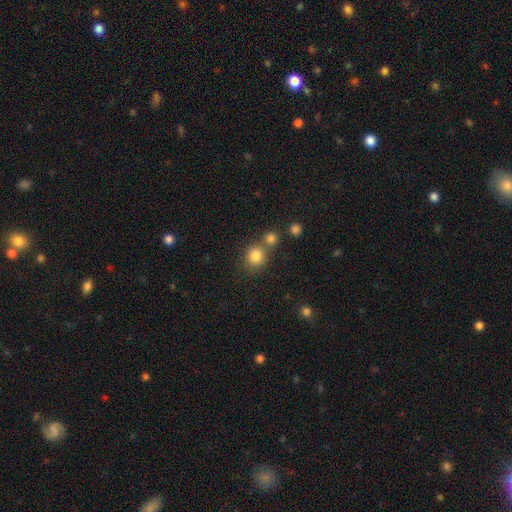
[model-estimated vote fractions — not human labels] smooth_or_featured: smooth (p=0.83) [alt: star or artifact p=0.11]
how_rounded: round (p=0.83) [alt: in between p=0.16]
merging: none (p=0.59) [alt: merger p=0.28]